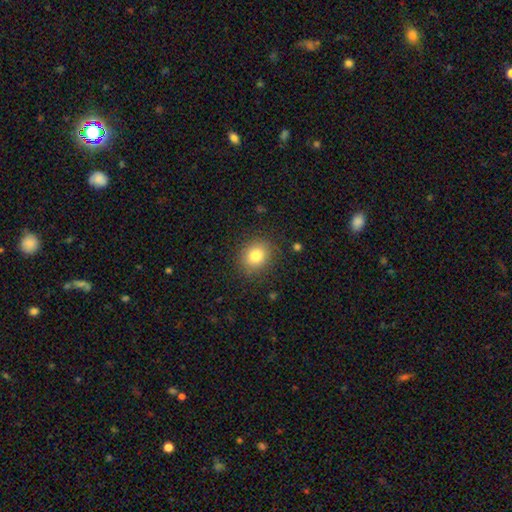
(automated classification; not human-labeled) Q: Smooth or featured?
A: smooth (81%); runner-up: star or artifact (11%)
Q: How rounded?
A: round (71%); runner-up: in between (28%)
Q: Merging?
A: none (87%); runner-up: minor disturbance (9%)